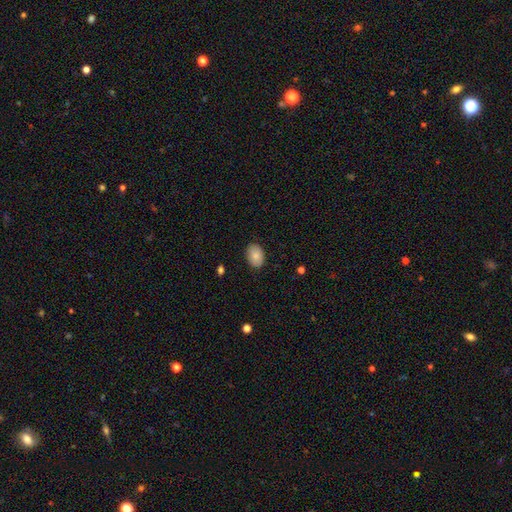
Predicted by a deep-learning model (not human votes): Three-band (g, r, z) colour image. It shows a smooth galaxy with no disk features (85%) that is in between round and cigar-shaped (82%). Merging: none (87%).